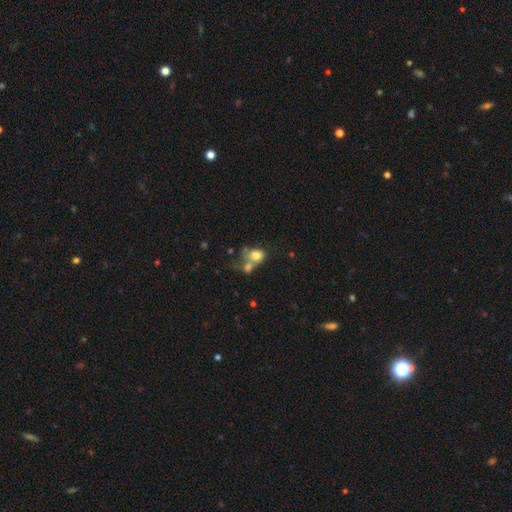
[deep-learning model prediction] A smooth galaxy with no disk features (76%) that is round (50%).

Vote fractions:
- Smooth or featured? smooth: 76% / featured or disk: 14% / star or artifact: 10%
- How rounded? round: 50% / in between: 49% / cigar-shaped: 1%
- Merging? merger: 52% / none: 27% / minor disturbance: 12% / major disturbance: 10%